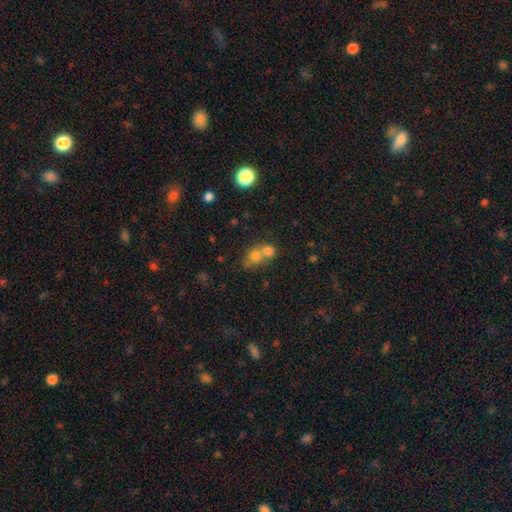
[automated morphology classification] A smooth galaxy with no disk features (70%) that is round (72%). Merging: merger (62%).